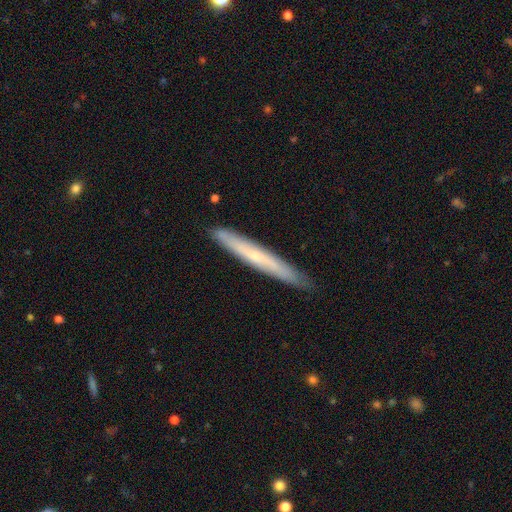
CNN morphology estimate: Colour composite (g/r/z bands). It shows a featured or disk galaxy (50%). Merging: none (88%).